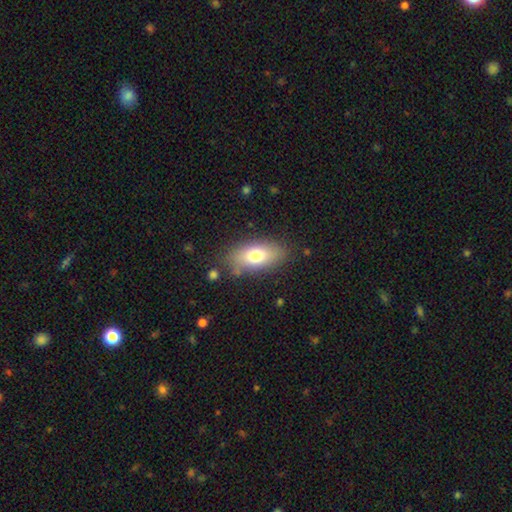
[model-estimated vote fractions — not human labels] A smooth galaxy with no disk features (73%) that is in between round and cigar-shaped (86%). Merging: none (79%).